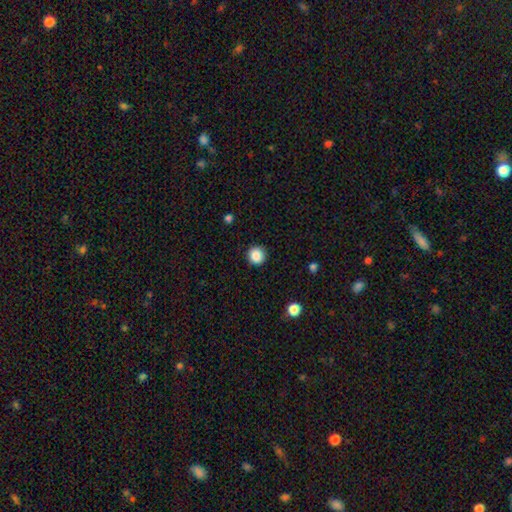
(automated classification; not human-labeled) Smooth or featured? Predicted: smooth (p=0.87). How rounded? Predicted: round (p=0.95). Merging? Predicted: none (p=0.91).